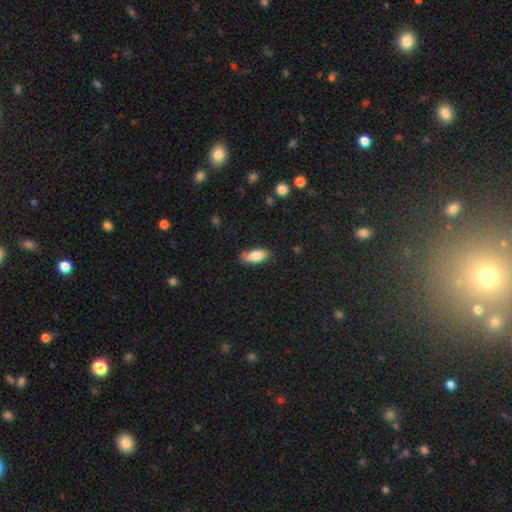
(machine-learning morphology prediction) Smooth or featured? smooth (84%)
How rounded? in between (84%)
Merging? none (77%)